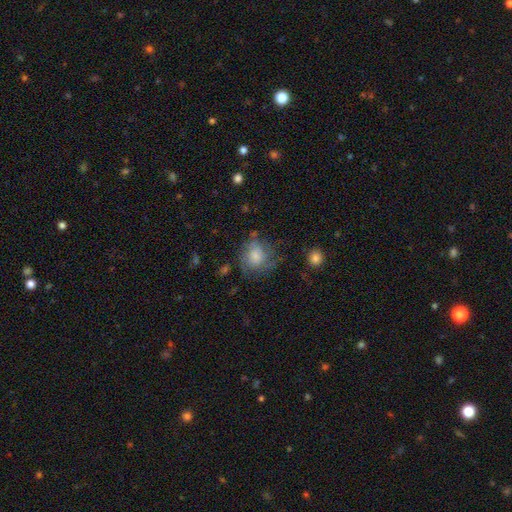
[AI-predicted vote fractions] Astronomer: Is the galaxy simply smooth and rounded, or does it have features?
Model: smooth — 59%.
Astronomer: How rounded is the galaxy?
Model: round — 75%.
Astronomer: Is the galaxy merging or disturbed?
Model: none — 52%.